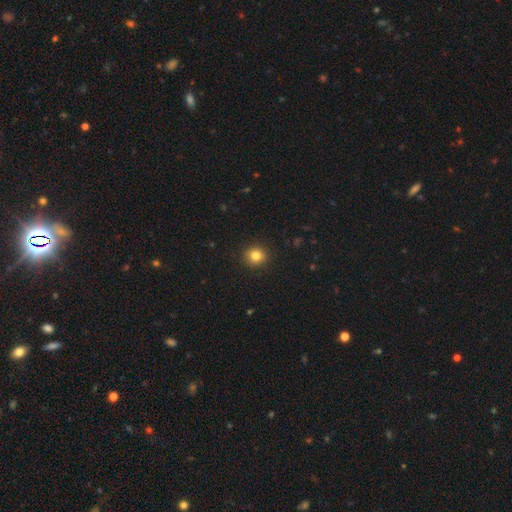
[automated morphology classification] smooth_or_featured: smooth (p=0.82) [alt: star or artifact p=0.12]
how_rounded: round (p=0.83) [alt: in between p=0.16]
merging: none (p=0.91) [alt: minor disturbance p=0.06]